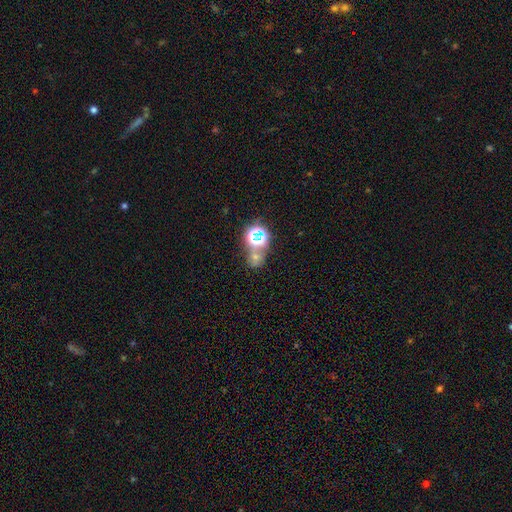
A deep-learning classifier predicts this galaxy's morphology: The model was most divided on "smooth or featured": star or artifact: 56%, smooth: 33%, featured or disk: 11%.